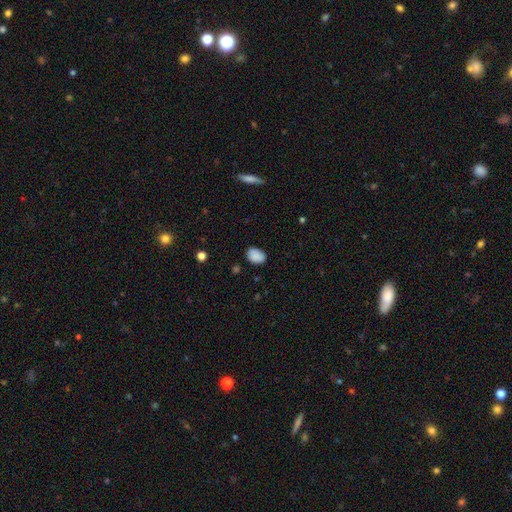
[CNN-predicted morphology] This appears to be a smooth galaxy with no disk features (87%) that is in between round and cigar-shaped (75%). Merging: none (79%).